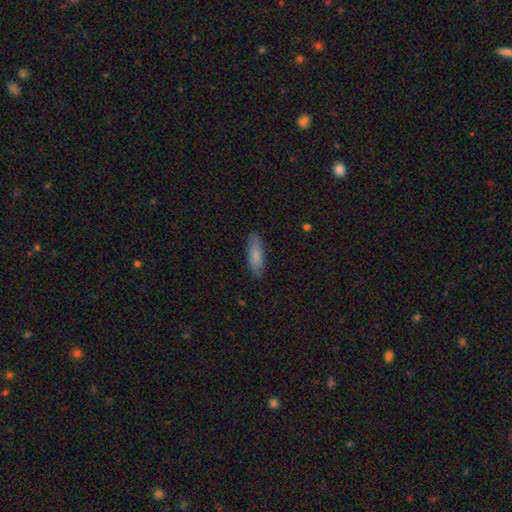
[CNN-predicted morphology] The model was most divided on "how rounded": in between: 58%, cigar-shaped: 40%, round: 2%. More confident: merging — none (85%); smooth or featured — smooth (80%).